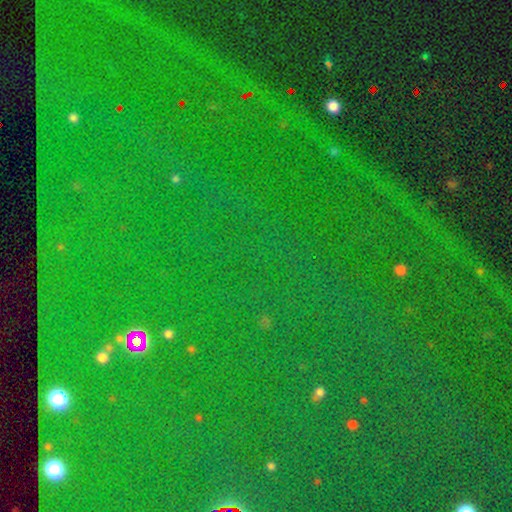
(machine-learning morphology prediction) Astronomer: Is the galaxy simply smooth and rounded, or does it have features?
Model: star or artifact — 84%.